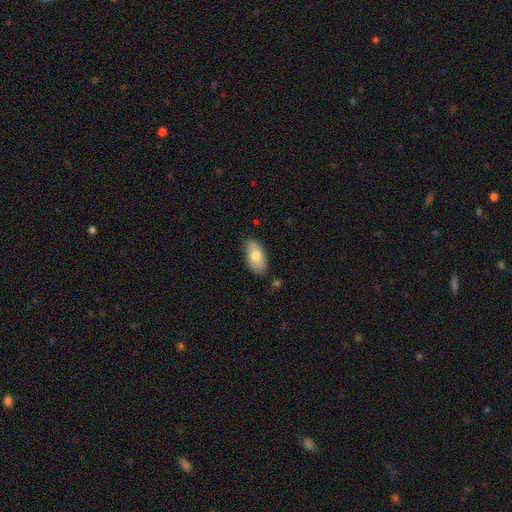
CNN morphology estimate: Smooth or featured? Predicted: smooth (p=0.72). How rounded? Predicted: in between (p=0.93). Merging? Predicted: none (p=0.78).